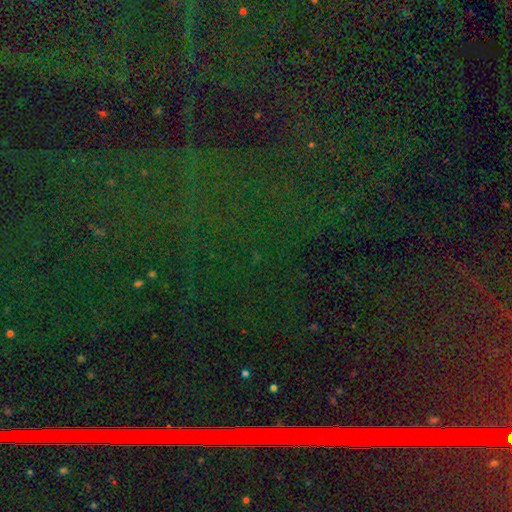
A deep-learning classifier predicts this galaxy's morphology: Q: Smooth or featured?
A: star or artifact (86%); runner-up: smooth (7%)